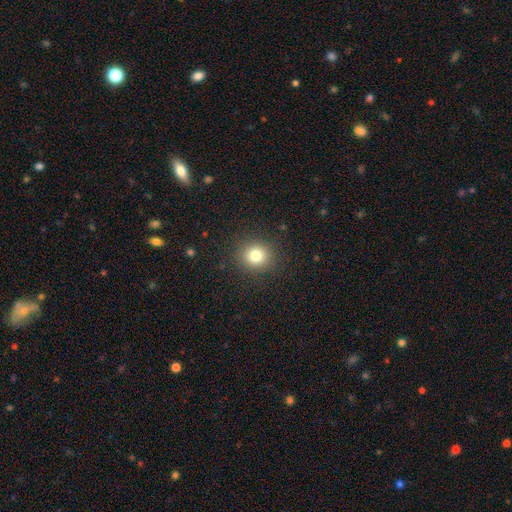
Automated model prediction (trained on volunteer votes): This appears to be a smooth galaxy with no disk features (80%) that is round (88%). Merging: none (90%).